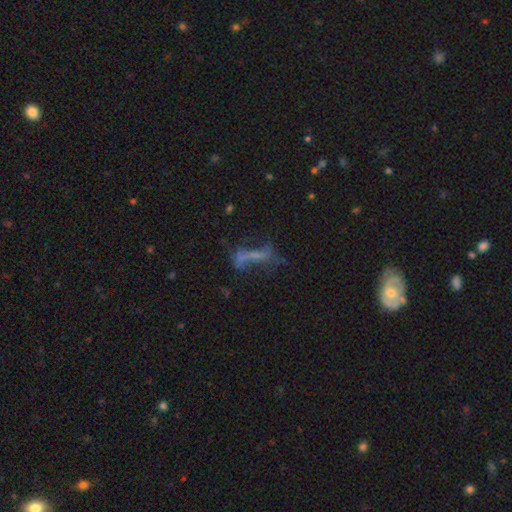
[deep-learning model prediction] The model was most divided on "merging": none: 39%, major disturbance: 30%, minor disturbance: 18%, merger: 13%. Remaining: smooth or featured — featured or disk (48%).